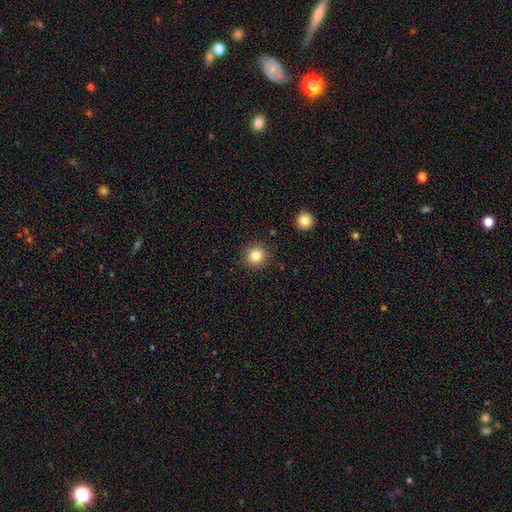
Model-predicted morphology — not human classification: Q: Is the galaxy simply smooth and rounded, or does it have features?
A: smooth — 82%.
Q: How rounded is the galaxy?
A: round — 93%.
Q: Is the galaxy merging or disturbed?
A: none — 89%.